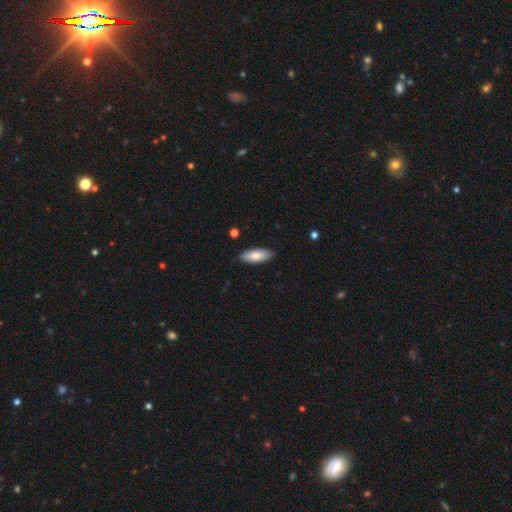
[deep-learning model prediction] Smooth or featured?
  - smooth: 80% *
  - featured or disk: 14%
  - star or artifact: 6%
How rounded?
  - in between: 74% *
  - cigar-shaped: 24%
  - round: 2%
Merging?
  - none: 88% *
  - minor disturbance: 10%
  - major disturbance: 2%
  - merger: 1%